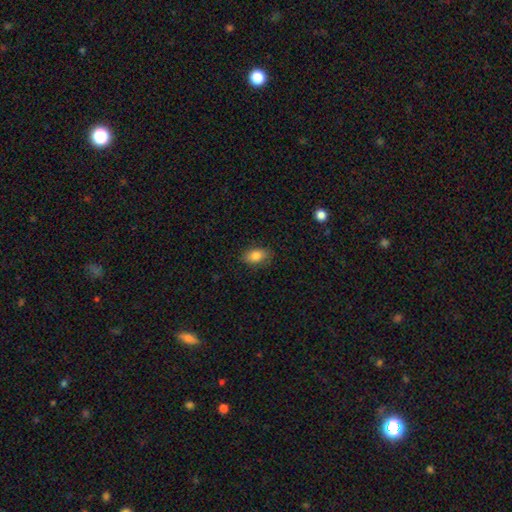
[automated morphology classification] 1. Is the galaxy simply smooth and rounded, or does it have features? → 84% smooth, 8% star or artifact, 8% featured or disk.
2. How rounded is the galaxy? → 87% in between, 11% round, 2% cigar-shaped.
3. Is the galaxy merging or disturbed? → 84% none, 12% minor disturbance, 3% major disturbance, 1% merger.